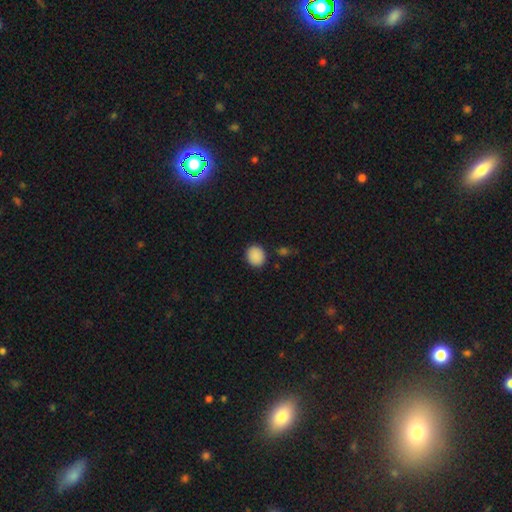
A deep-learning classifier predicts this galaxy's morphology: This is clearly a smooth galaxy (89%). How rounded: likely round (72%). Merging: clearly none (87%).